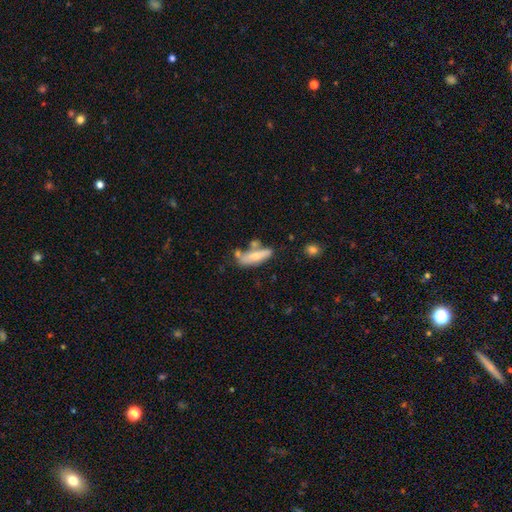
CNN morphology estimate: Q: Smooth or featured?
A: smooth (62%); runner-up: featured or disk (31%)
Q: How rounded?
A: cigar-shaped (54%); runner-up: in between (44%)
Q: Merging?
A: none (47%); runner-up: merger (23%)